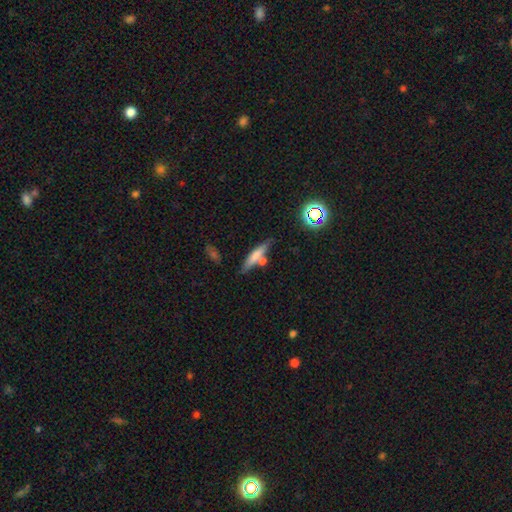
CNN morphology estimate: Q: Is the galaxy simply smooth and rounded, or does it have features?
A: smooth — 62%.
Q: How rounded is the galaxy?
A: cigar-shaped — 82%.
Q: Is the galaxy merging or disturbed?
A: none — 65%.